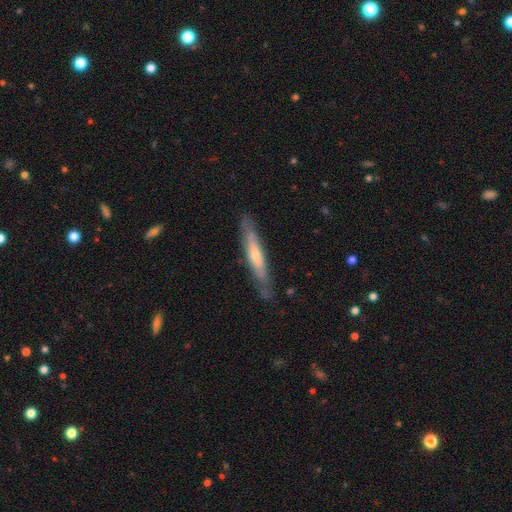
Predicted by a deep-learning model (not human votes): smooth-or-featured: featured or disk: 53% | smooth: 42% | star or artifact: 5%
  disk-edge-on: yes: 73% | no: 27%
  merging: none: 78% | minor disturbance: 17% | major disturbance: 4% | merger: 2%